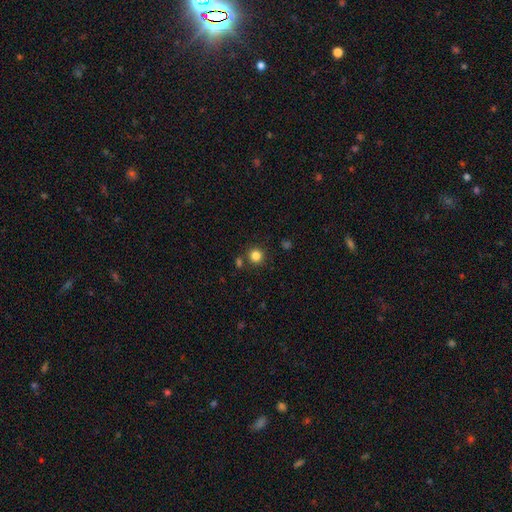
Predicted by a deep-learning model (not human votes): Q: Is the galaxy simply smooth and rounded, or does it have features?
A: smooth — 83%.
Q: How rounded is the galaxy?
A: round — 92%.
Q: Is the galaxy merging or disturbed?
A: none — 83%.